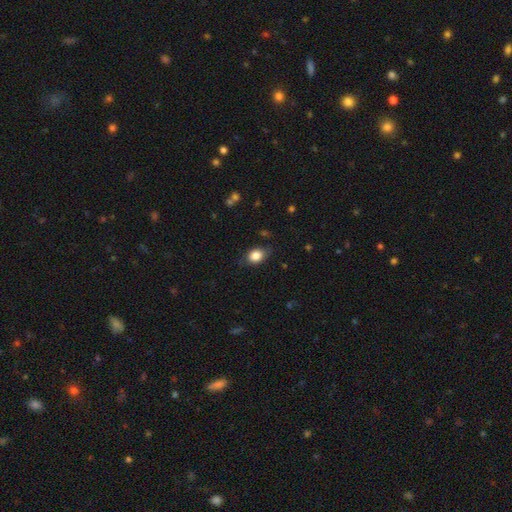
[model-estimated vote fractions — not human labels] The model was most divided on "how rounded": in between: 70%, round: 29%, cigar-shaped: 1%. More confident: smooth or featured — smooth (84%); merging — none (76%).